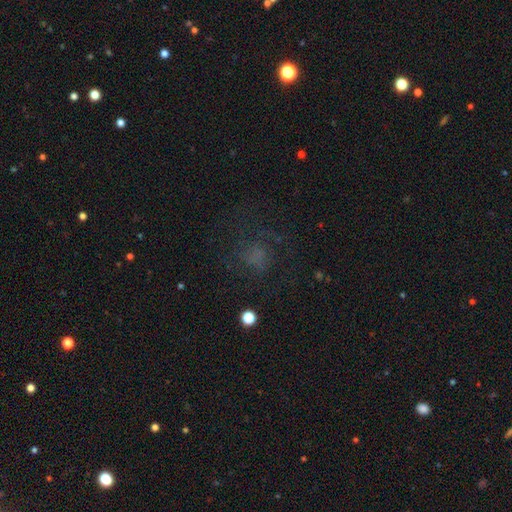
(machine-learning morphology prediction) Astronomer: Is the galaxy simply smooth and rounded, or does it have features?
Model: smooth — 45% (runner-up: star or artifact, 29%).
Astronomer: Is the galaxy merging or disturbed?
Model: none — 57%.